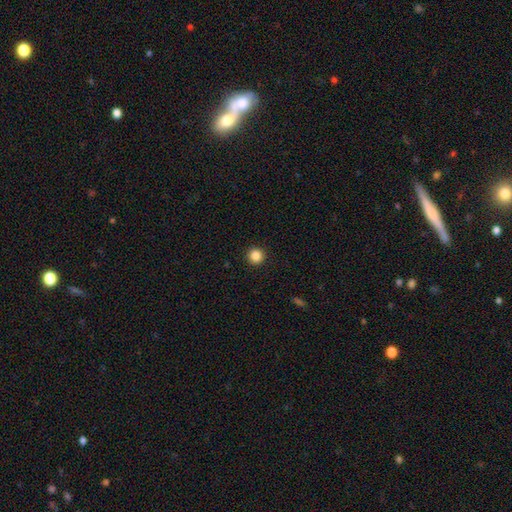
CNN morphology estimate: A smooth galaxy with no disk features (86%) that is round (96%).

Vote fractions:
- Smooth or featured? smooth: 86% / star or artifact: 11% / featured or disk: 4%
- How rounded? round: 96% / in between: 3% / cigar-shaped: 1%
- Merging? none: 93% / minor disturbance: 4% / major disturbance: 2% / merger: 1%